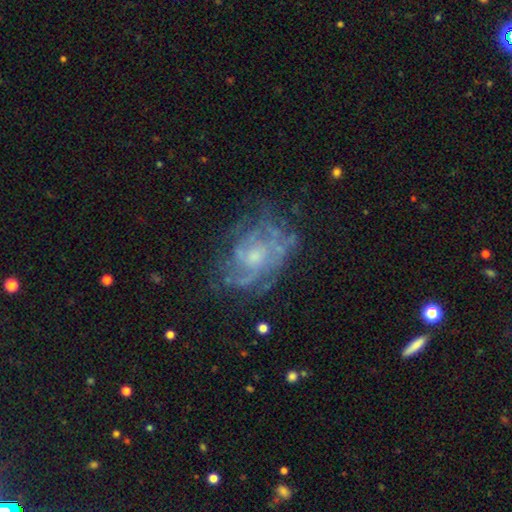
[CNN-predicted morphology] Smooth or featured: featured or disk — 77% (smooth — 13%)
Edge-on disk: no — 97% (yes — 3%)
Bar: no — 74% (weak — 23%)
Spiral arms: yes — 75% (no — 25%)
Spiral winding: tight — 47% (medium — 37%)
Spiral arm count: can't tell — 50% (2 — 17%)
Bulge size: small — 52% (moderate — 35%)
Merging: none — 60% (minor disturbance — 21%)